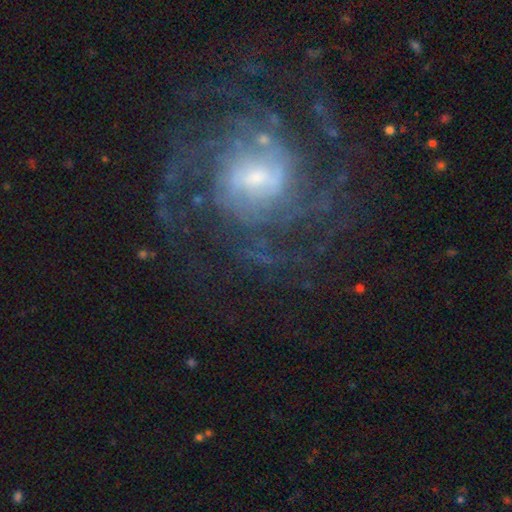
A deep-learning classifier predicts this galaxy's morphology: Smooth or featured? featured or disk (85%)
Edge-on disk? no (97%)
Bar? weak (47%)
Spiral arms? yes (95%)
Spiral winding? tight (50%)
Spiral arm count? can't tell (32%)
Bulge size? small (47%)
Merging? none (72%)